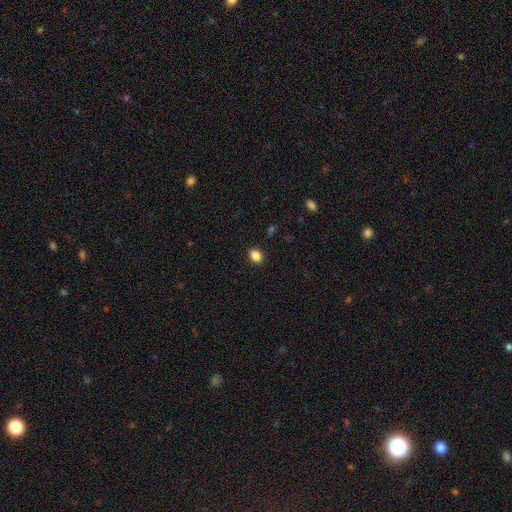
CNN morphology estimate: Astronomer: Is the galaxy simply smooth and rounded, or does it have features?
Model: smooth — 87%.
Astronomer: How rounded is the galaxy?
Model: in between — 53% (runner-up: round, 46%).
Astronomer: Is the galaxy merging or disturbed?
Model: none — 90%.